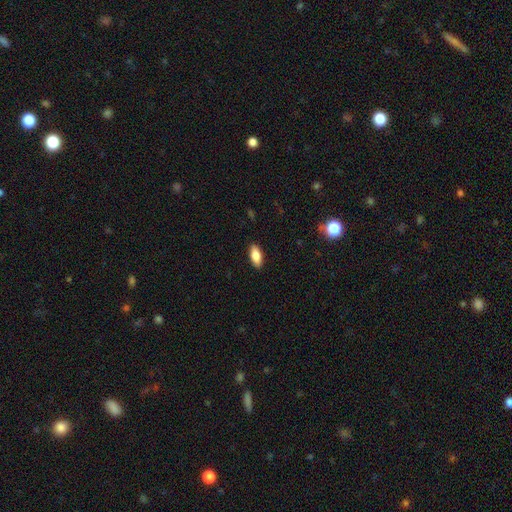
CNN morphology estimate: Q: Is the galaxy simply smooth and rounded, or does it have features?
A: smooth — 83%.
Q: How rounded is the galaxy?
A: in between — 87%.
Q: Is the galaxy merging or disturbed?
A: none — 90%.